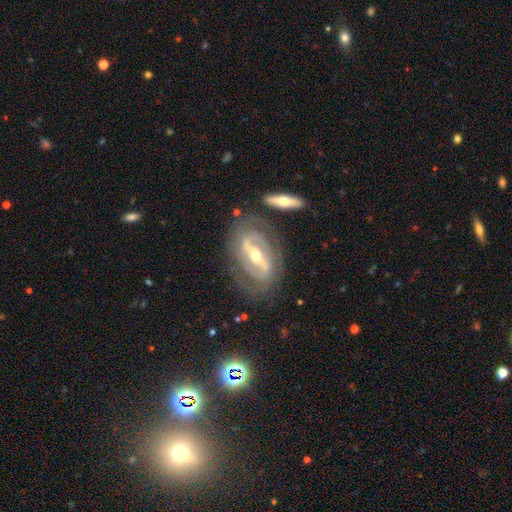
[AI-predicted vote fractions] A featured or disk galaxy (87%) with a strong bar (74%), 2 (75%) tight (49%) spiral arms (84%) and a moderate central bulge (60%).

Vote fractions:
- Smooth or featured? featured or disk: 87% / smooth: 8% / star or artifact: 5%
- Edge-on disk? no: 90% / yes: 10%
- Bar? strong: 74% / weak: 19% / no: 8%
- Spiral arms? yes: 84% / no: 16%
- Spiral winding? tight: 49% / medium: 37% / loose: 14%
- Spiral arm count? 2: 75% / can't tell: 14% / 3: 5% / 1: 3% / 4: 2% / more than 4: 1%
- Bulge size? moderate: 60% / small: 35% / large: 3% / dominant: 1% / none: 1%
- Merging? none: 73% / minor disturbance: 15% / major disturbance: 8% / merger: 4%